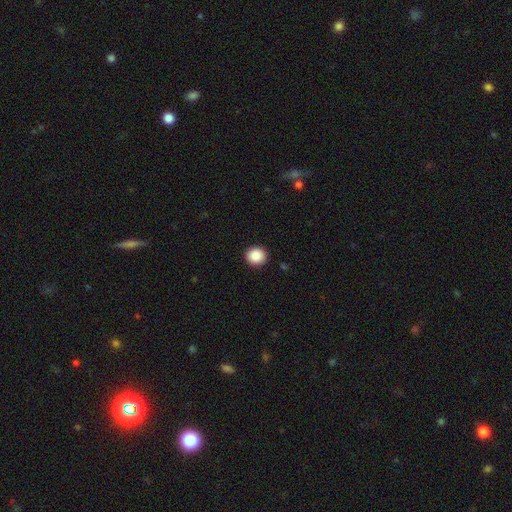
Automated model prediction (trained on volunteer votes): Smooth or featured? Predicted: smooth (p=0.88). How rounded? Predicted: round (p=0.87). Merging? Predicted: none (p=0.92).